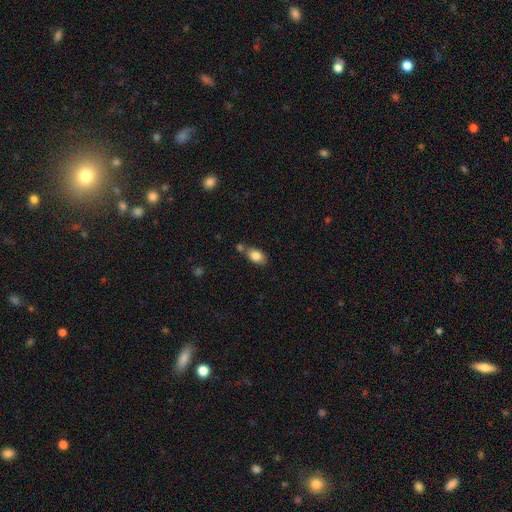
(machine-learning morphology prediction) Smooth or featured? Predicted: smooth (p=0.83). How rounded? Predicted: in between (p=0.87). Merging? Predicted: none (p=0.59).